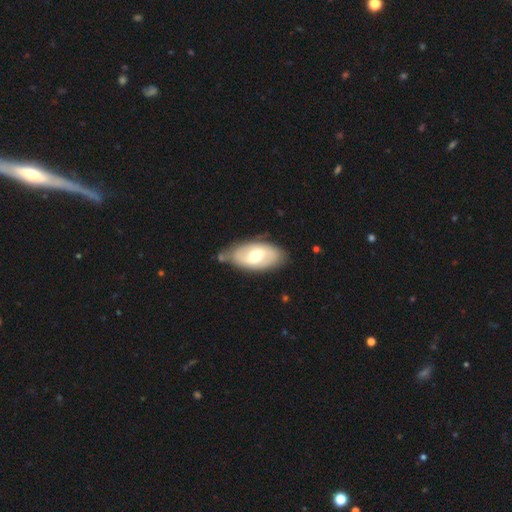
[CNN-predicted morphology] This appears to be a featured or disk galaxy (57%) with a weak bar (52%), spiral arms (61%) and a moderate central bulge (71%). Merging: none (68%).